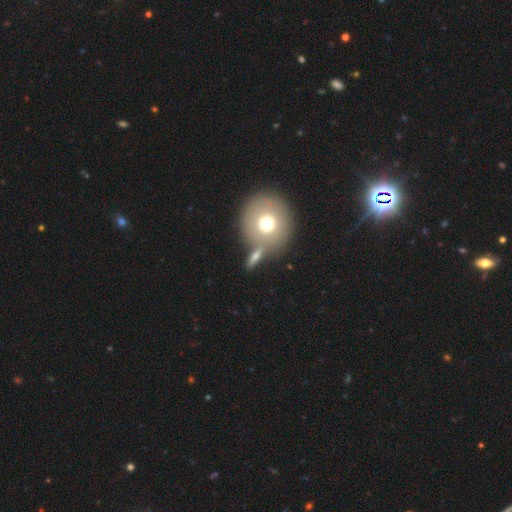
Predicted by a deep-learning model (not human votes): This appears to be a smooth galaxy with no disk features (65%) that is round (59%). Merging: none (60%).